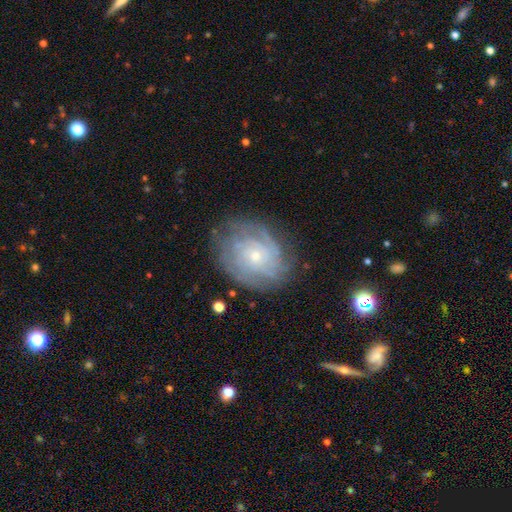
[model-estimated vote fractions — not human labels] Smooth or featured? Predicted: featured or disk (p=0.76). Edge-on disk? Predicted: no (p=0.96). Bar? Predicted: no (p=0.79). Spiral arms? Predicted: yes (p=0.92). Spiral winding? Predicted: tight (p=0.71). Spiral arm count? Predicted: can't tell (p=0.48). Bulge size? Predicted: small (p=0.73). Merging? Predicted: none (p=0.75).